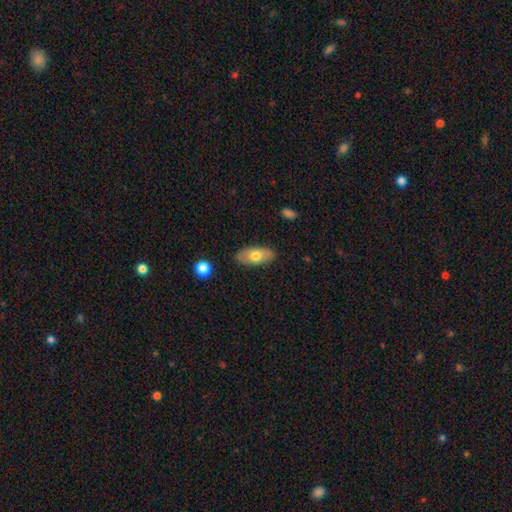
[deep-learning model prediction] The model was most divided on "smooth or featured": smooth: 67%, featured or disk: 27%, star or artifact: 6%. More confident: how rounded — in between (90%); merging — none (85%).